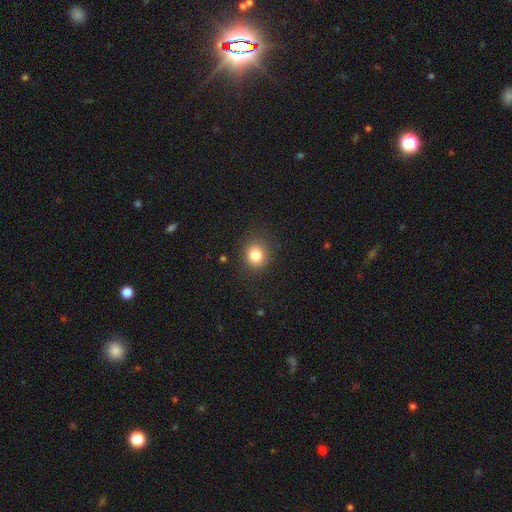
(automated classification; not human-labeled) A smooth galaxy with no disk features (83%) that is round (83%). Merging: none (86%).